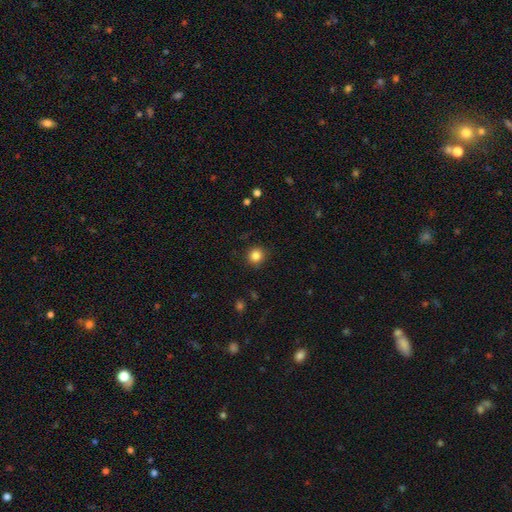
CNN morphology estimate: Smooth or featured? Predicted: smooth (p=0.84). How rounded? Predicted: round (p=0.91). Merging? Predicted: none (p=0.89).